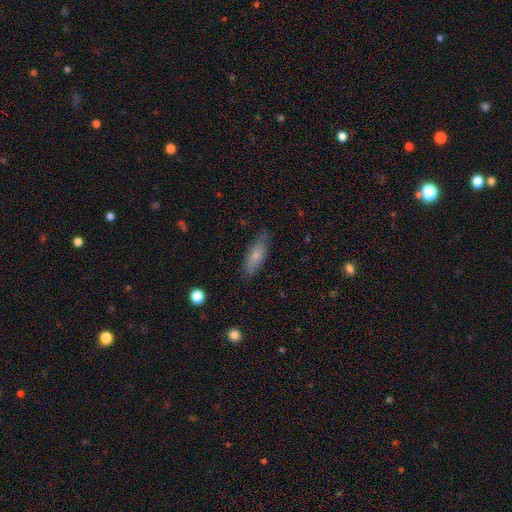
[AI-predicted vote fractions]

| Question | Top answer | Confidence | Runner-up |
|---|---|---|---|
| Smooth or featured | smooth | 70% | featured or disk (23%) |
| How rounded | in between | 55% | cigar-shaped (43%) |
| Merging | none | 80% | minor disturbance (16%) |